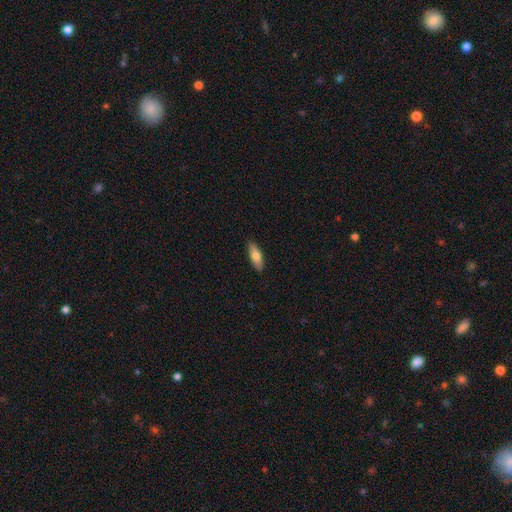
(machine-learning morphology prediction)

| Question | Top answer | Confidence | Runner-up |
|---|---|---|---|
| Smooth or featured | smooth | 73% | featured or disk (21%) |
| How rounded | in between | 58% | cigar-shaped (39%) |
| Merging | none | 89% | minor disturbance (9%) |